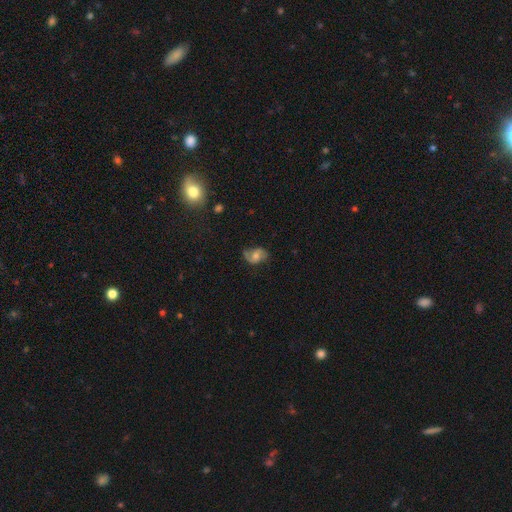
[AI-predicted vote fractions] Smooth or featured? Predicted: featured or disk (p=0.59). Edge-on disk? Predicted: no (p=0.97). Bar? Predicted: no (p=0.61). Spiral arms? Predicted: yes (p=0.88). Spiral winding? Predicted: medium (p=0.44). Spiral arm count? Predicted: 2 (p=0.81). Bulge size? Predicted: moderate (p=0.59). Merging? Predicted: none (p=0.62).